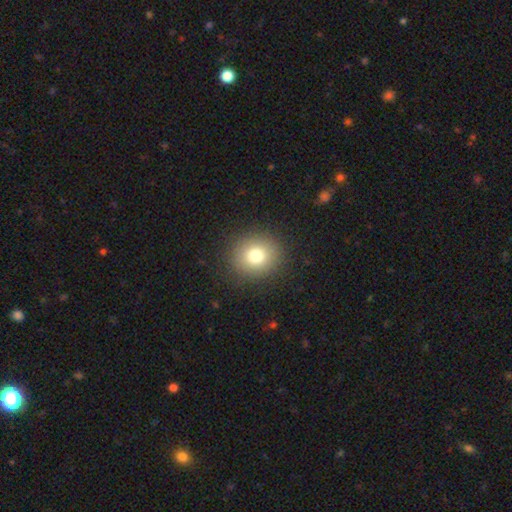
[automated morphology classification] A smooth galaxy with no disk features (79%) that is round (84%). Merging: none (89%).